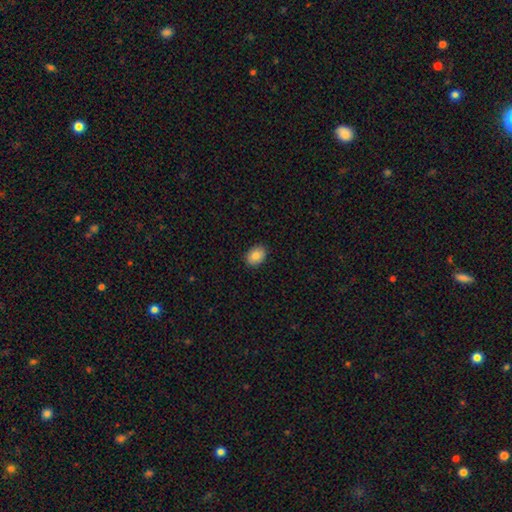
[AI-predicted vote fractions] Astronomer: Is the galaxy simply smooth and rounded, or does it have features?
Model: smooth — 85%.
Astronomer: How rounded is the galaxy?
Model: in between — 74%.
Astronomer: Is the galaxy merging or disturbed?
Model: none — 90%.